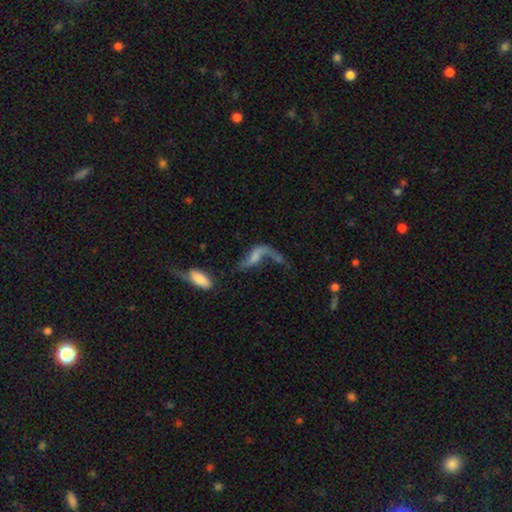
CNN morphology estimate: Smooth or featured: featured or disk — 64% (smooth — 26%)
Edge-on disk: no — 90% (yes — 10%)
Bar: no — 52% (weak — 32%)
Spiral arms: yes — 74% (no — 26%)
Bulge size: none — 46% (small — 29%)
Merging: major disturbance — 38% (none — 30%)